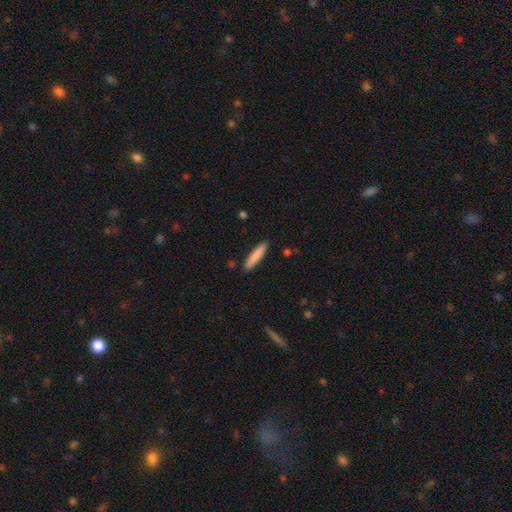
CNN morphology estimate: Q: Smooth or featured?
A: smooth (82%); runner-up: featured or disk (12%)
Q: How rounded?
A: cigar-shaped (90%); runner-up: in between (9%)
Q: Merging?
A: none (89%); runner-up: minor disturbance (8%)